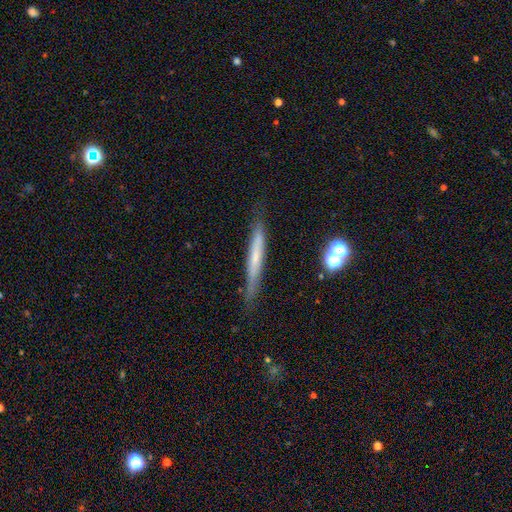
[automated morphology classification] Smooth or featured: smooth — 49% (featured or disk — 43%)
Merging: none — 81% (minor disturbance — 14%)